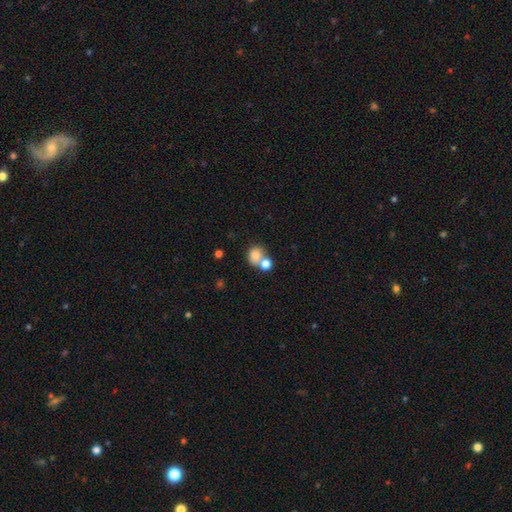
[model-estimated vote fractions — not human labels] This appears to be a smooth galaxy with no disk features (77%) that is round (70%). Merging: merger (50%).